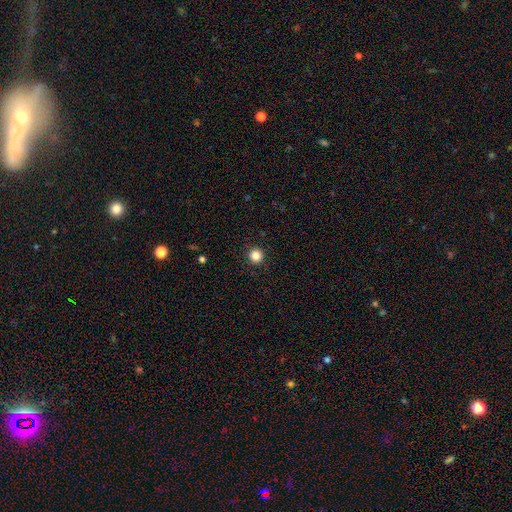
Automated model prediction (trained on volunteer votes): A smooth galaxy with no disk features (85%) that is round (96%). Merging: none (93%).